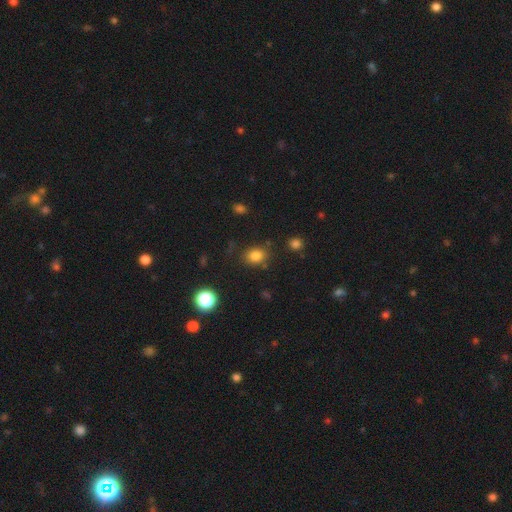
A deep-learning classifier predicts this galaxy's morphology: The model was most divided on "how rounded": in between: 51%, round: 48%, cigar-shaped: 1%. More confident: smooth or featured — smooth (81%); merging — none (76%).